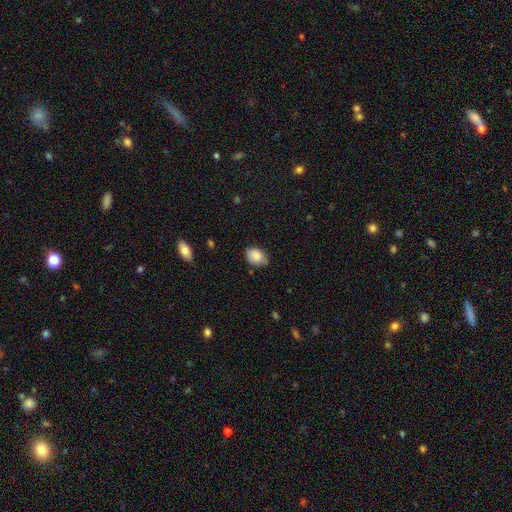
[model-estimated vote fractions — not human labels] smooth-or-featured: smooth: 86% | star or artifact: 8% | featured or disk: 7%
  how-rounded: in between: 72% | round: 27% | cigar-shaped: 1%
  merging: none: 66% | minor disturbance: 28% | major disturbance: 4% | merger: 2%